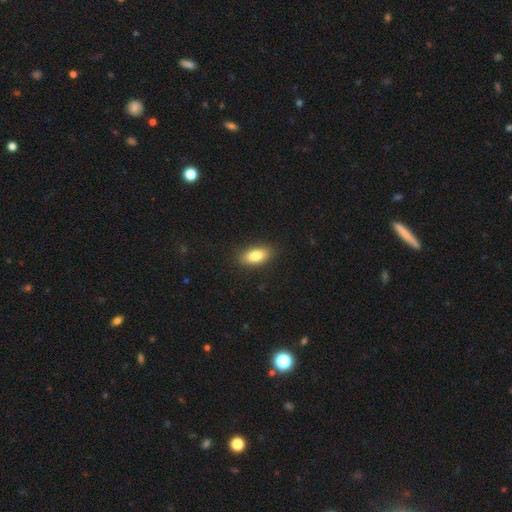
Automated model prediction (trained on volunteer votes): A smooth galaxy with no disk features (84%) that is in between round and cigar-shaped (88%).

Vote fractions:
- Smooth or featured? smooth: 84% / featured or disk: 9% / star or artifact: 7%
- How rounded? in between: 88% / cigar-shaped: 8% / round: 4%
- Merging? none: 87% / minor disturbance: 10% / major disturbance: 2% / merger: 1%